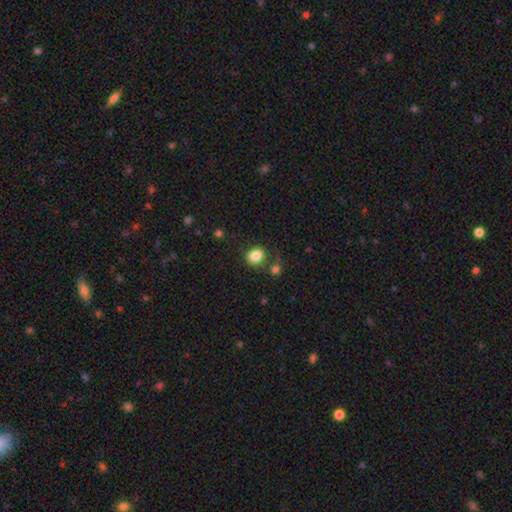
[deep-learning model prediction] This is clearly a smooth galaxy (84%). How rounded: likely round (66%). Merging: likely none (72%).